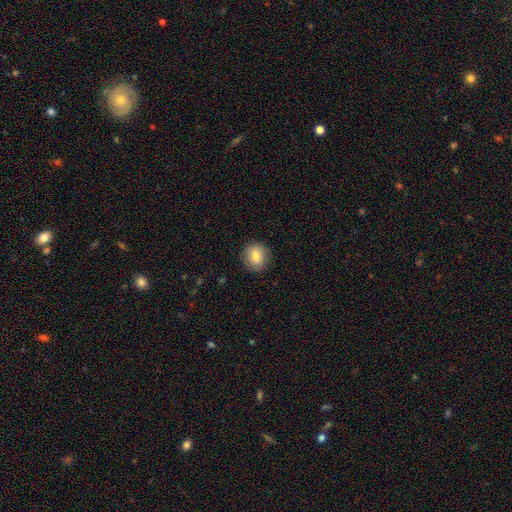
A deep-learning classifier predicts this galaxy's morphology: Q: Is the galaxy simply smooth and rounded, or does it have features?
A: smooth — 81%.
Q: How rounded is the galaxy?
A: round — 82%.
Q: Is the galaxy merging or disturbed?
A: none — 89%.